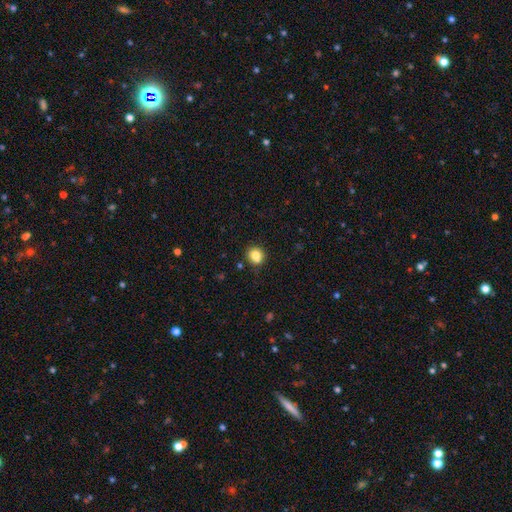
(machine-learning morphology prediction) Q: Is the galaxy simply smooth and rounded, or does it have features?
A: smooth — 82%.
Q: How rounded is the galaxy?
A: round — 72%.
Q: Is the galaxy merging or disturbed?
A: none — 72%.